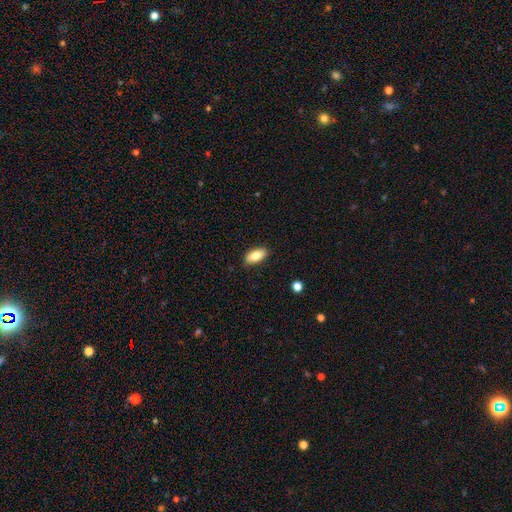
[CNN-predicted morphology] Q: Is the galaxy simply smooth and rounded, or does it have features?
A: smooth — 84%.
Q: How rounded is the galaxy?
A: in between — 89%.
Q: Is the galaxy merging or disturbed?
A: none — 85%.